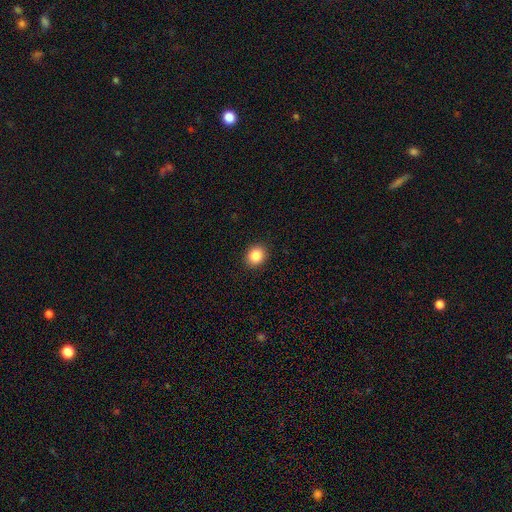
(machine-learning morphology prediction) type=smooth (86%); roundness=round (67%); merging=none (91%).